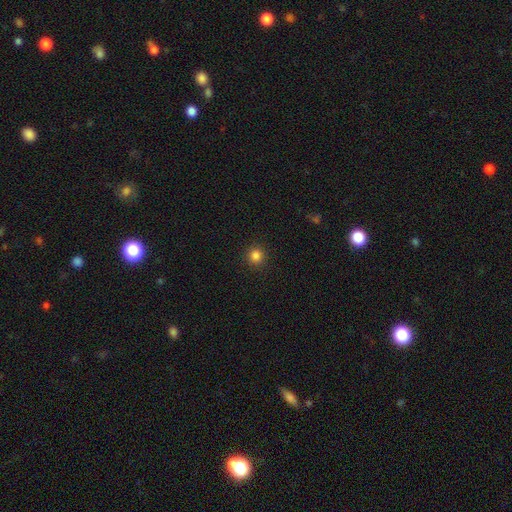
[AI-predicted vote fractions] Smooth or featured? smooth (83%)
How rounded? round (94%)
Merging? none (92%)